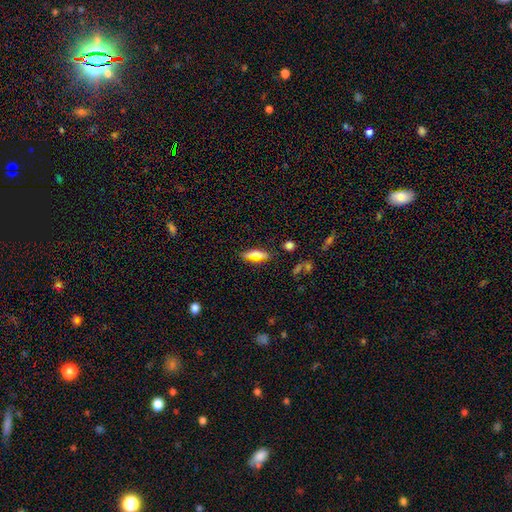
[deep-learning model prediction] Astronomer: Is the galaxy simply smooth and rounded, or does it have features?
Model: smooth — 57%.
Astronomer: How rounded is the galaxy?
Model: cigar-shaped — 57% (runner-up: in between, 38%).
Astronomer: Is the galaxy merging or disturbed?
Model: none — 83%.